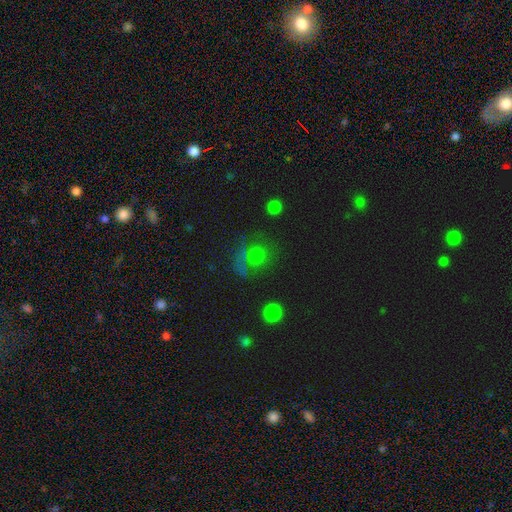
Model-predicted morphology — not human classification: This appears to be a smooth galaxy with no disk features (62%) that is round (84%). Merging: none (58%).